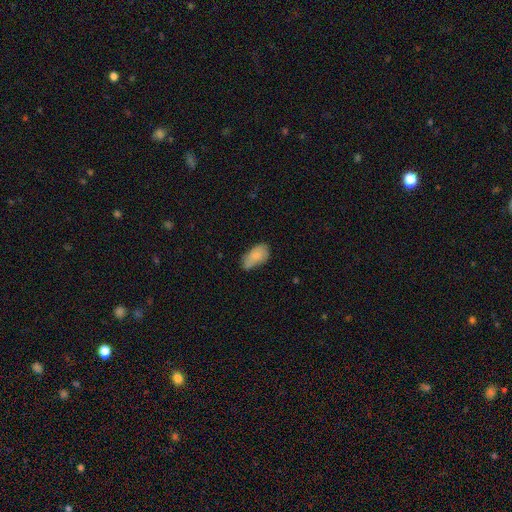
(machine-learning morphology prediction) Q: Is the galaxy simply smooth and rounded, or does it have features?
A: smooth — 82%.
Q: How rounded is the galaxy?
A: in between — 93%.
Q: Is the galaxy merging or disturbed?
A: none — 54%.